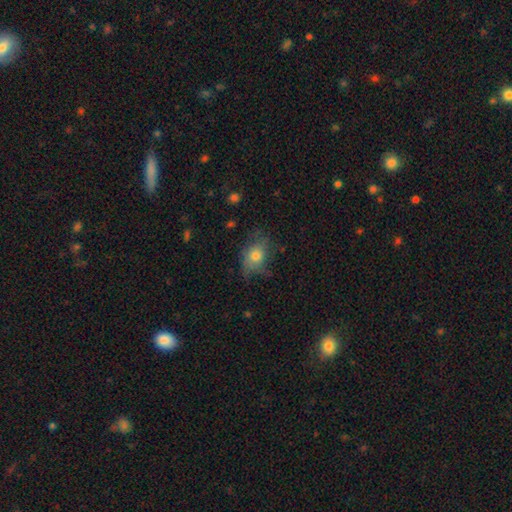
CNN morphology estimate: Q: Smooth or featured?
A: smooth (68%); runner-up: featured or disk (22%)
Q: How rounded?
A: in between (59%); runner-up: round (39%)
Q: Merging?
A: none (54%); runner-up: minor disturbance (28%)